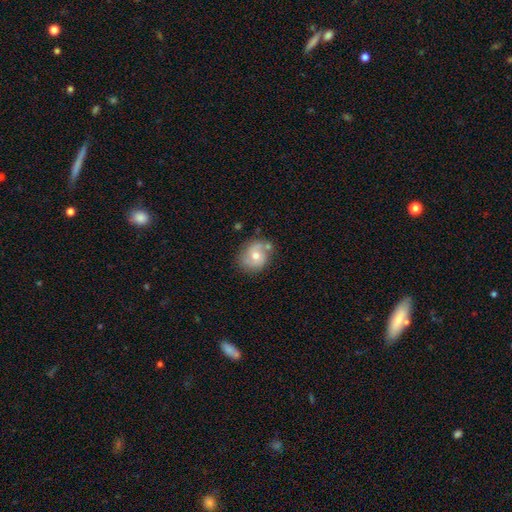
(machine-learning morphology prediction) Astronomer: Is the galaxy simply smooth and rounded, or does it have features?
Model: smooth — 50% (runner-up: featured or disk, 42%).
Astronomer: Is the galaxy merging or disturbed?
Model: none — 61%.